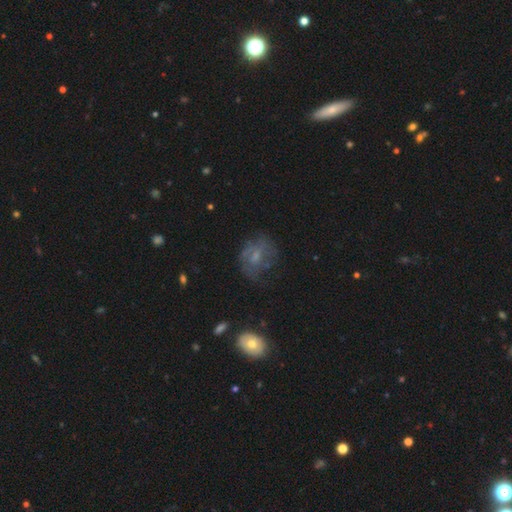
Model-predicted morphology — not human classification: smooth-or-featured: featured or disk: 48% | smooth: 38% | star or artifact: 14%
  merging: none: 53% | minor disturbance: 23% | major disturbance: 21% | merger: 2%